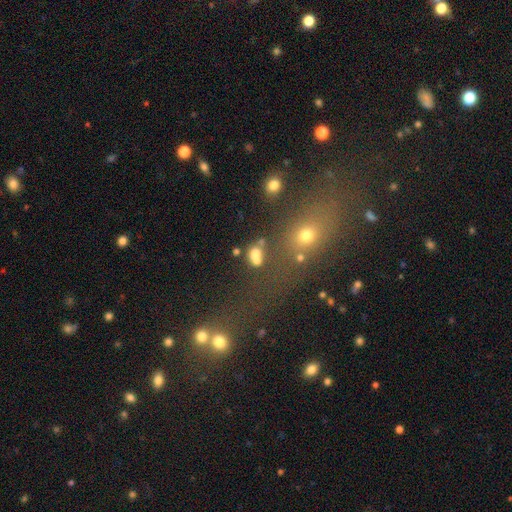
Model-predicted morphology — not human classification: A smooth galaxy with no disk features (68%) that is in between round and cigar-shaped (52%). Merging: none (43%).